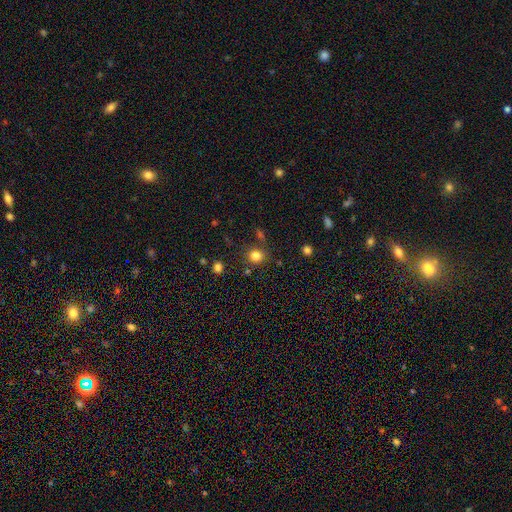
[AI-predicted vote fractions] Morphology: type=smooth (81%); roundness=round (80%); merging=none (77%).